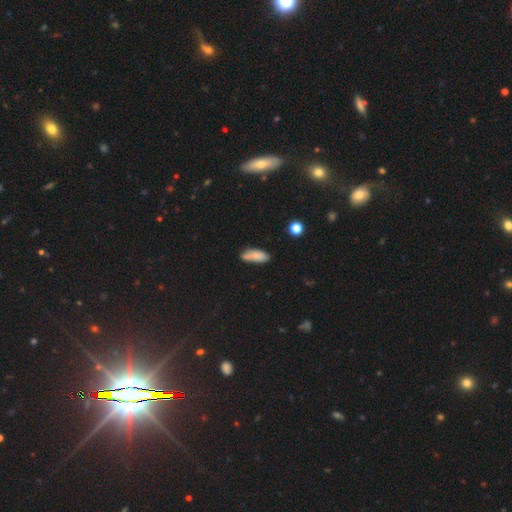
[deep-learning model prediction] Smooth or featured? smooth (81%)
How rounded? in between (70%)
Merging? none (62%)